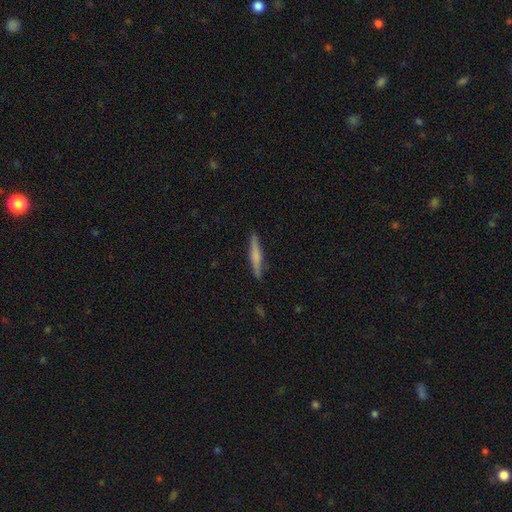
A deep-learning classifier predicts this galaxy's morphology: smooth 52%, featured or disk 42%, star or artifact 6%. Down the decision tree: how rounded — cigar-shaped (92%); merging — none (88%).